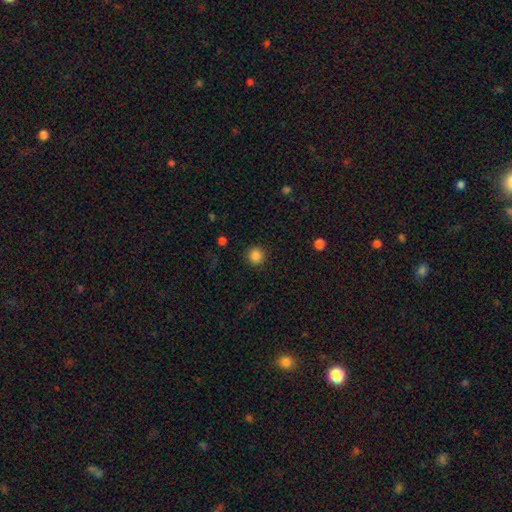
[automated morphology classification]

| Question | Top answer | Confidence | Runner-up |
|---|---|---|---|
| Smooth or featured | smooth | 86% | star or artifact (11%) |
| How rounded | round | 95% | in between (4%) |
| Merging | none | 91% | minor disturbance (6%) |